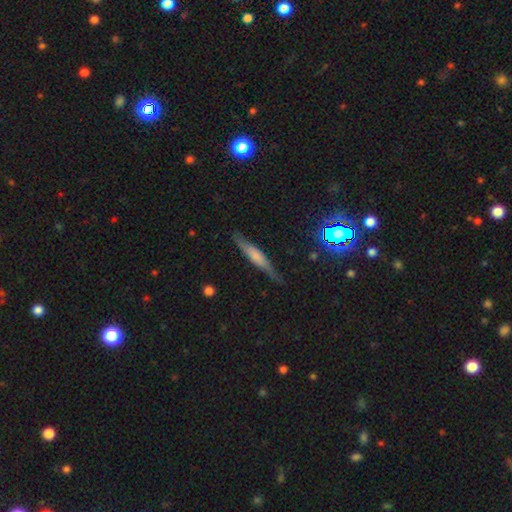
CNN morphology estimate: featured or disk 50%, smooth 41%, star or artifact 9%. Down the decision tree: edge-on disk — yes (90%); merging — none (79%).